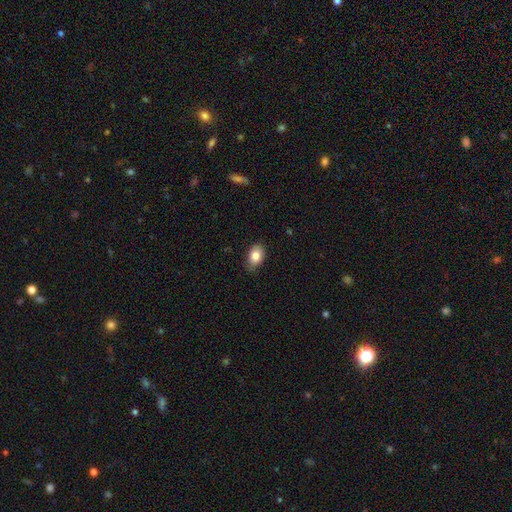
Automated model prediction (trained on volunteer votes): Smooth or featured?
  - smooth: 83% *
  - featured or disk: 9%
  - star or artifact: 8%
How rounded?
  - in between: 85% *
  - round: 13%
  - cigar-shaped: 1%
Merging?
  - none: 80% *
  - minor disturbance: 17%
  - major disturbance: 3%
  - merger: 1%